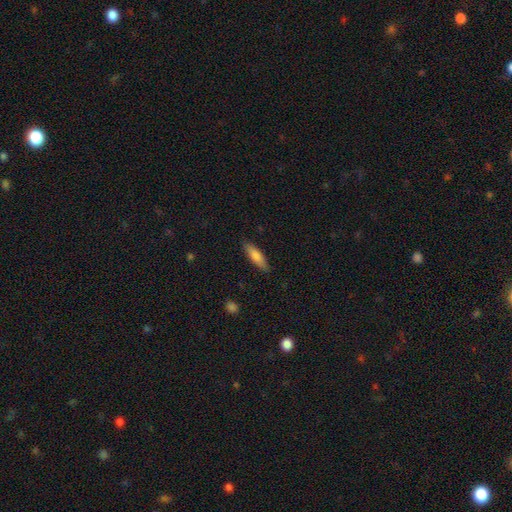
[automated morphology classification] smooth_or_featured: smooth (p=0.78) [alt: featured or disk p=0.16]
how_rounded: cigar-shaped (p=0.59) [alt: in between p=0.39]
merging: none (p=0.86) [alt: minor disturbance p=0.10]